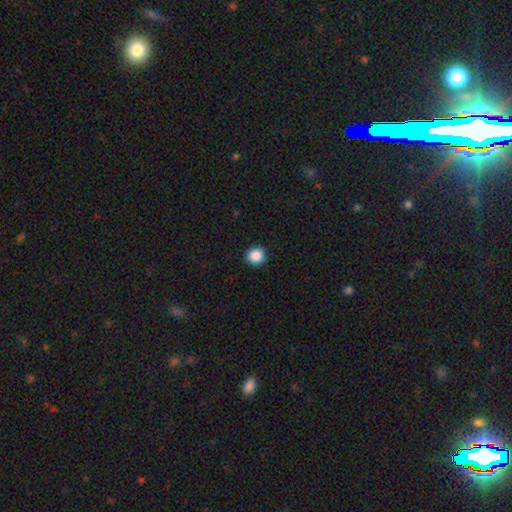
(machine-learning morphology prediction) This is clearly a smooth galaxy (88%). How rounded: clearly round (92%). Merging: clearly none (92%).